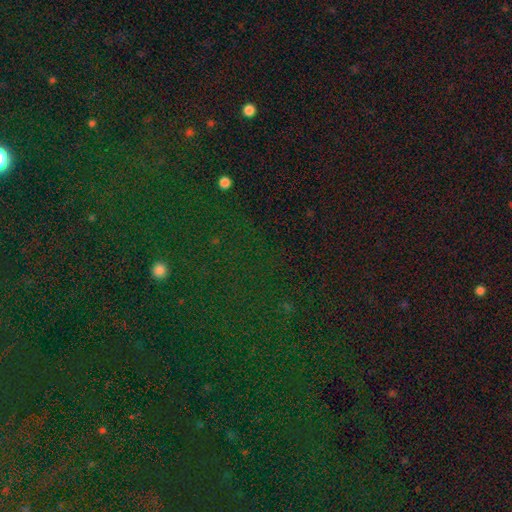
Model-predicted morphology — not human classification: Overall: star or artifact (81%).